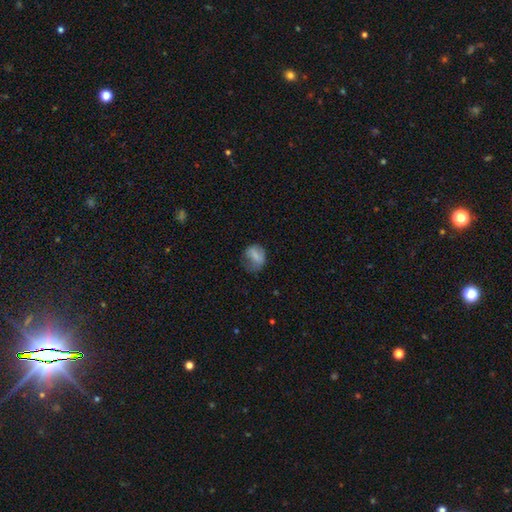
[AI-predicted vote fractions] This is likely a smooth galaxy (71%). How rounded: possibly round (54%). Merging: possibly none (46%).